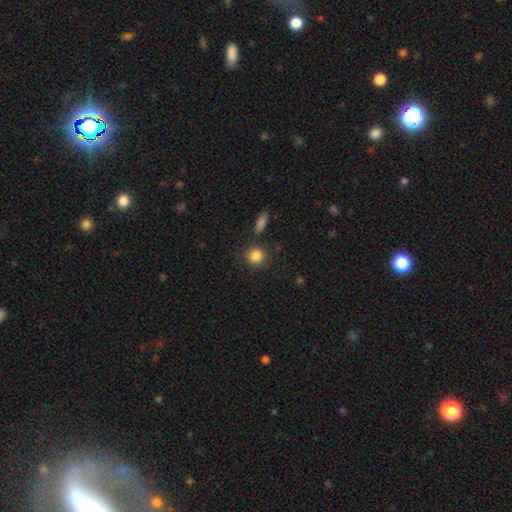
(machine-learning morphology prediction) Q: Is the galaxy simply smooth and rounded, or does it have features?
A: smooth — 87%.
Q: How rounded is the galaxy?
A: round — 88%.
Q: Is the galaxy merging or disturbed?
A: none — 83%.